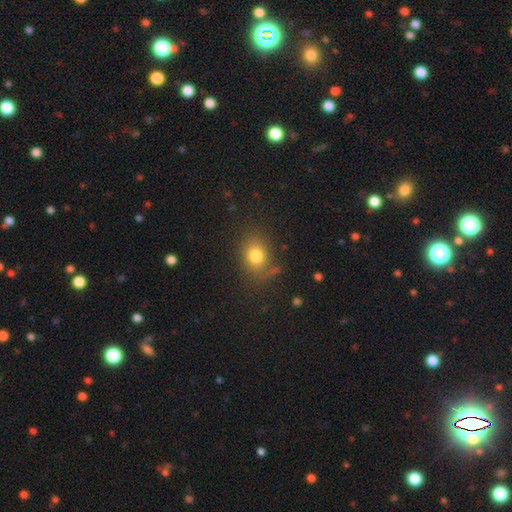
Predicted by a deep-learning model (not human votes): Smooth or featured? Predicted: smooth (p=0.78). How rounded? Predicted: in between (p=0.55). Merging? Predicted: none (p=0.72).